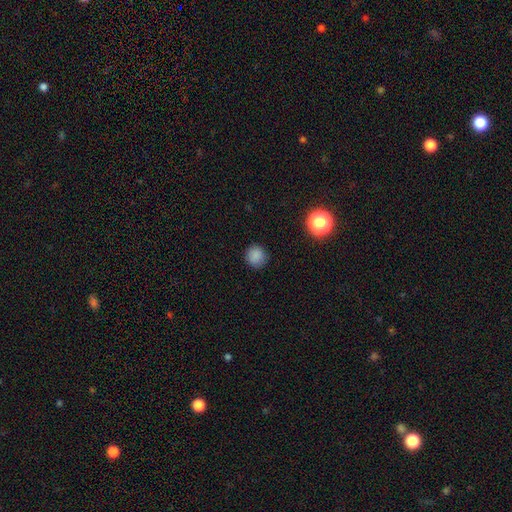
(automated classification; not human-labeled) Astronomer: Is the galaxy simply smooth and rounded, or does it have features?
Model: smooth — 84%.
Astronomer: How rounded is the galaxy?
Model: round — 92%.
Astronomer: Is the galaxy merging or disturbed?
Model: none — 87%.